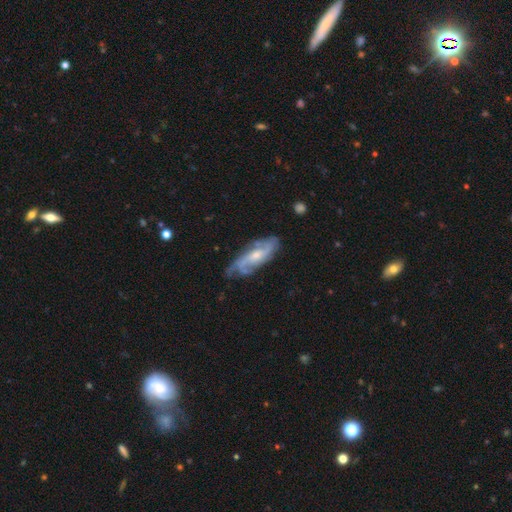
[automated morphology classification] smooth_or_featured: featured or disk (p=0.82) [alt: smooth p=0.13]
disk_edge_on: no (p=0.88) [alt: yes p=0.12]
bar: no (p=0.54) [alt: weak p=0.36]
has_spiral_arms: yes (p=0.95) [alt: no p=0.05]
spiral_winding: medium (p=0.45) [alt: tight p=0.34]
spiral_arm_count: 2 (p=0.46) [alt: 3 p=0.20]
bulge_size: small (p=0.51) [alt: moderate p=0.43]
merging: none (p=0.67) [alt: minor disturbance p=0.23]